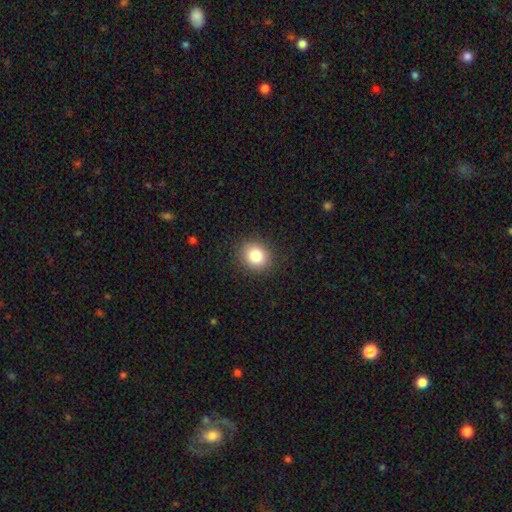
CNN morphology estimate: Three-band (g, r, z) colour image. It shows a smooth galaxy with no disk features (84%) that is round (73%). Merging: none (89%).